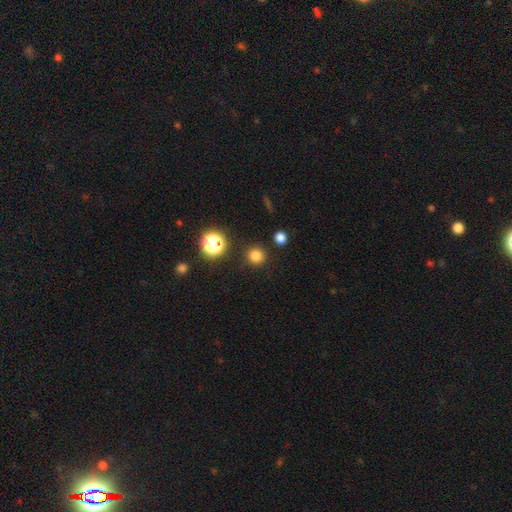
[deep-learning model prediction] Smooth or featured? smooth (80%)
How rounded? round (94%)
Merging? none (90%)